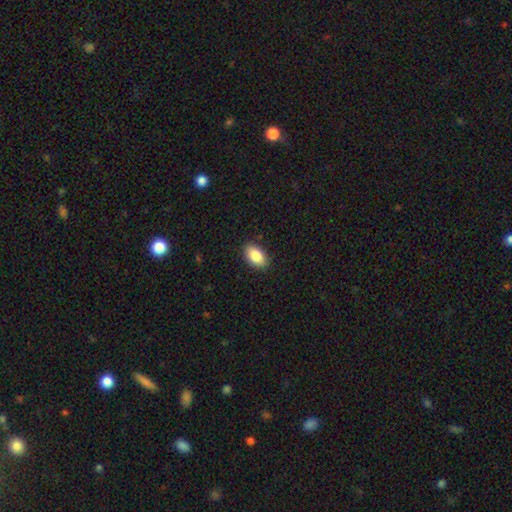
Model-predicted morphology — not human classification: Smooth or featured?
  - smooth: 87% *
  - star or artifact: 7%
  - featured or disk: 6%
How rounded?
  - in between: 92% *
  - round: 6%
  - cigar-shaped: 2%
Merging?
  - none: 89% *
  - minor disturbance: 9%
  - major disturbance: 2%
  - merger: 1%